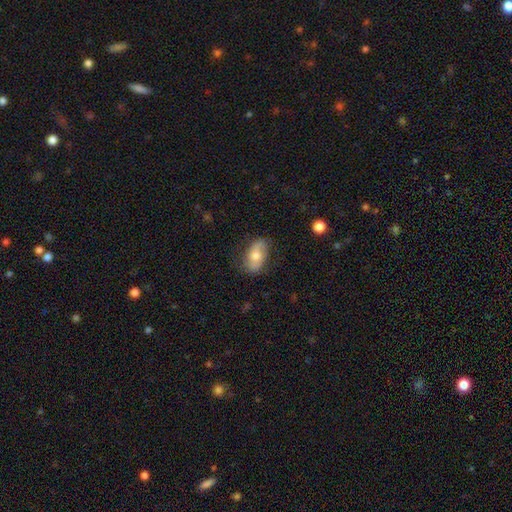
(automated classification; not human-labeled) A smooth galaxy with no disk features (59%) that is in between round and cigar-shaped (90%). Merging: none (74%).